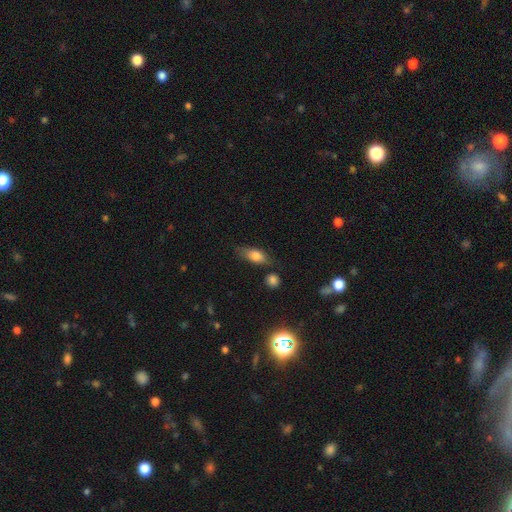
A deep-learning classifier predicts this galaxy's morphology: Q: Smooth or featured?
A: smooth (72%); runner-up: featured or disk (20%)
Q: How rounded?
A: in between (75%); runner-up: cigar-shaped (19%)
Q: Merging?
A: none (67%); runner-up: minor disturbance (21%)